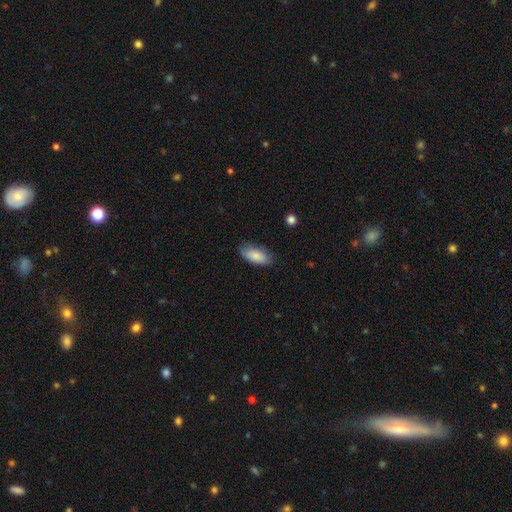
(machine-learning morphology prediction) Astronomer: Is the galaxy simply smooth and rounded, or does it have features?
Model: smooth — 86%.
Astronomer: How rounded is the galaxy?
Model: in between — 87%.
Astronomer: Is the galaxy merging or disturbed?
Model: none — 79%.